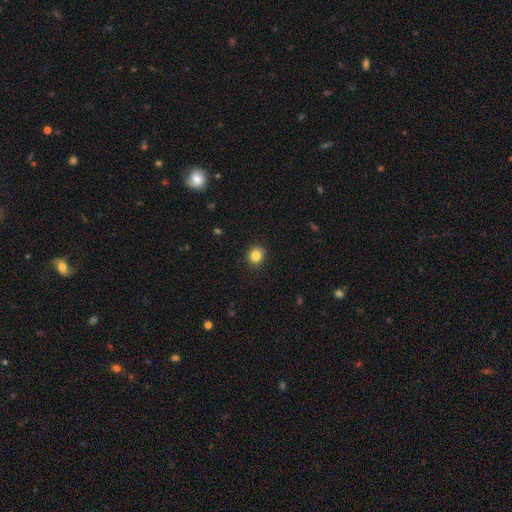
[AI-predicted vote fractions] smooth-or-featured: smooth: 83% | star or artifact: 11% | featured or disk: 5%
  how-rounded: round: 88% | in between: 11% | cigar-shaped: 1%
  merging: none: 88% | minor disturbance: 9% | major disturbance: 2% | merger: 1%